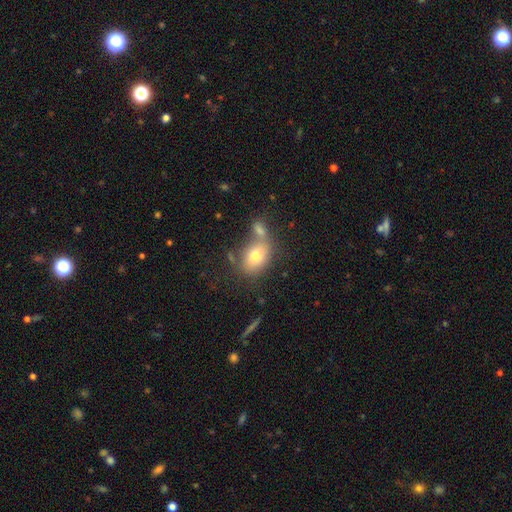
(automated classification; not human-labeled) A smooth galaxy with no disk features (74%) that is in between round and cigar-shaped (72%). Merging: none (47%).